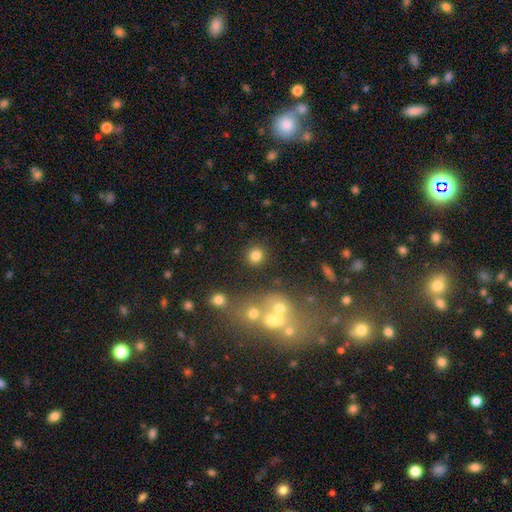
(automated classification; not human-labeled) smooth-or-featured: smooth: 80% | star or artifact: 13% | featured or disk: 7%
  how-rounded: round: 92% | in between: 7% | cigar-shaped: 1%
  merging: none: 87% | minor disturbance: 6% | merger: 4% | major disturbance: 3%